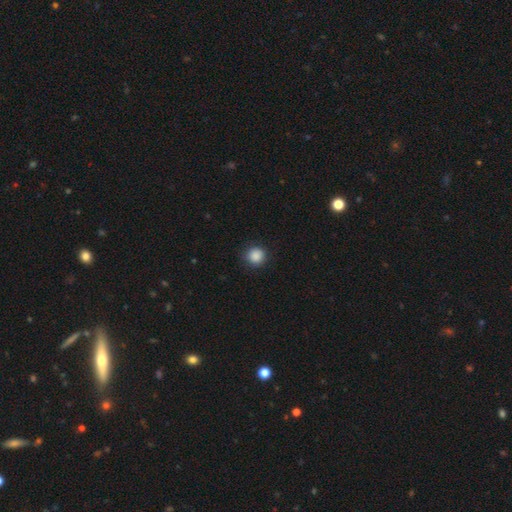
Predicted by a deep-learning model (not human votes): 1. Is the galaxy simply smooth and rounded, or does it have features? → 87% smooth, 10% star or artifact, 3% featured or disk.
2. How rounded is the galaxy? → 94% round, 5% in between, 1% cigar-shaped.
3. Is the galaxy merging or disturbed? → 88% none, 8% minor disturbance, 2% major disturbance, 1% merger.